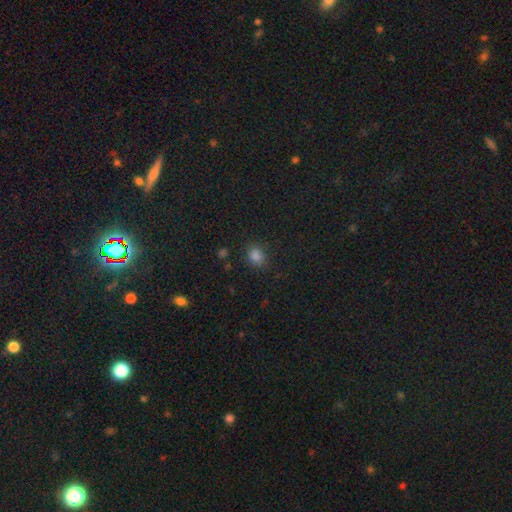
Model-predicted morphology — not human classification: This is clearly a smooth galaxy (82%). How rounded: possibly round (58%). Merging: clearly none (83%).